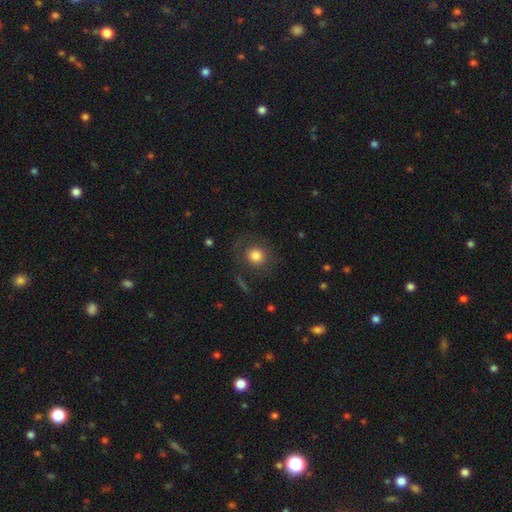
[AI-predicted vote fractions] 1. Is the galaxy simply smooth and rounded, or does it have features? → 76% smooth, 15% featured or disk, 10% star or artifact.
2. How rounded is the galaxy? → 84% round, 15% in between, 1% cigar-shaped.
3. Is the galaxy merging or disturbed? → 74% none, 13% minor disturbance, 11% major disturbance, 2% merger.